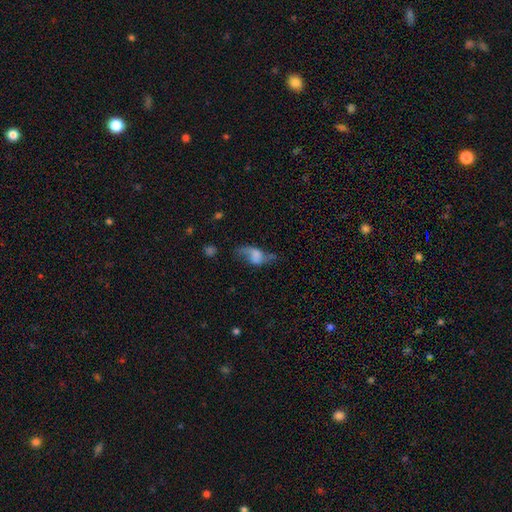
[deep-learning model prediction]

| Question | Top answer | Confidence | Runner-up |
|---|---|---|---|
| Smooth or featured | featured or disk | 55% | smooth (35%) |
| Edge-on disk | no | 90% | yes (10%) |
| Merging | none | 43% | major disturbance (28%) |